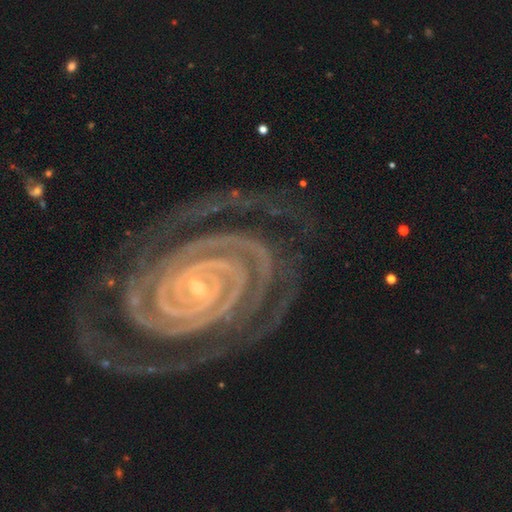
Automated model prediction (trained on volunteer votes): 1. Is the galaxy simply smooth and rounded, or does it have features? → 93% featured or disk, 4% star or artifact, 2% smooth.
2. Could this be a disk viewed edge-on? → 98% no, 2% yes.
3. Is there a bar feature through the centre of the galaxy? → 46% no, 28% strong, 26% weak.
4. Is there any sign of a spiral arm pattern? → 99% yes, 1% no.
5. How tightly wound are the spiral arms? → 90% tight, 9% medium, 2% loose.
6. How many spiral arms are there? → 59% 2, 13% 3, 9% 4, 8% can't tell, 7% more than 4, 6% 1.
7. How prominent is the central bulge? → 85% small, 12% moderate, 1% none, 1% large, 1% dominant.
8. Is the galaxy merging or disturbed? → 76% none, 15% minor disturbance, 7% major disturbance, 2% merger.